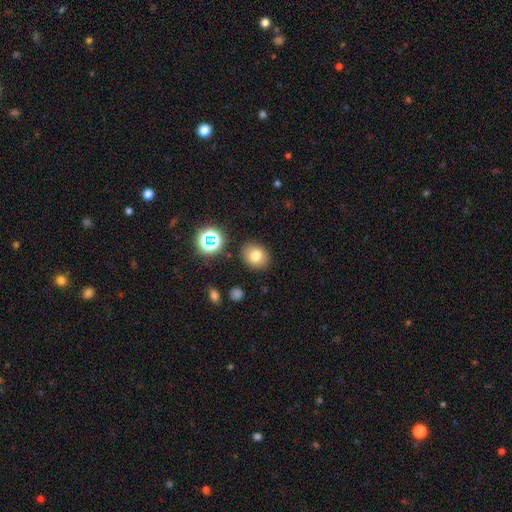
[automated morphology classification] smooth_or_featured: smooth (p=0.75) [alt: star or artifact p=0.15]
how_rounded: round (p=0.61) [alt: in between p=0.39]
merging: none (p=0.85) [alt: minor disturbance p=0.09]